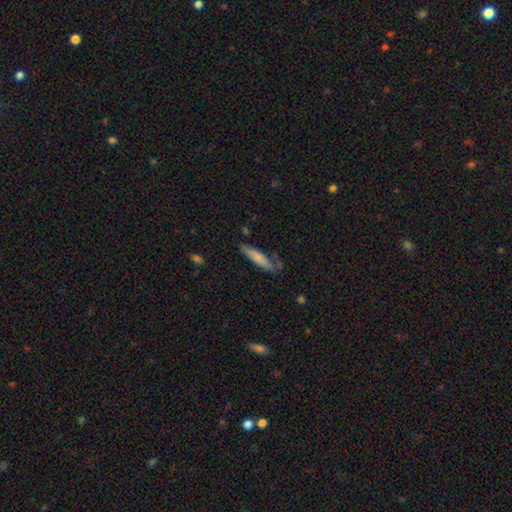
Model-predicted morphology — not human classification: This is likely a smooth galaxy (67%). How rounded: clearly cigar-shaped (83%). Merging: likely none (69%).